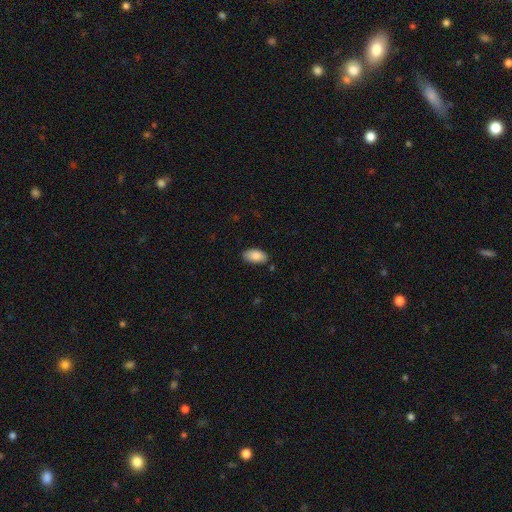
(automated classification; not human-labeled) A smooth galaxy with no disk features (86%) that is in between round and cigar-shaped (94%). Merging: none (84%).